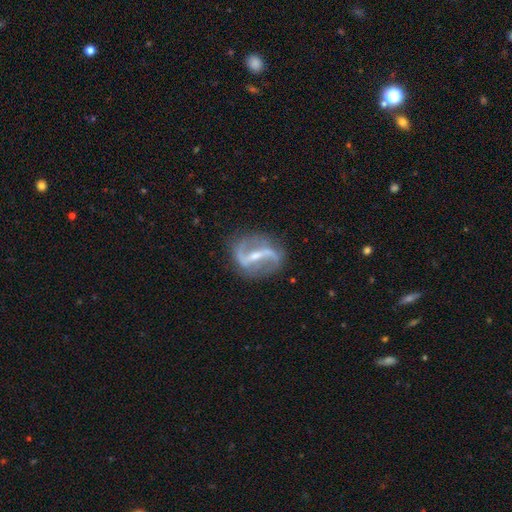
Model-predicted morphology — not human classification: This is clearly a featured or disk galaxy (90%). It is clearly not viewed edge-on (95%). Bar: likely strong (66%). Spiral arm pattern: clearly yes (94%). Spiral arm count: clearly 2 (92%). Spiral winding: likely loose (61%). Central bulge: possibly small (59%). Merging: clearly none (81%).